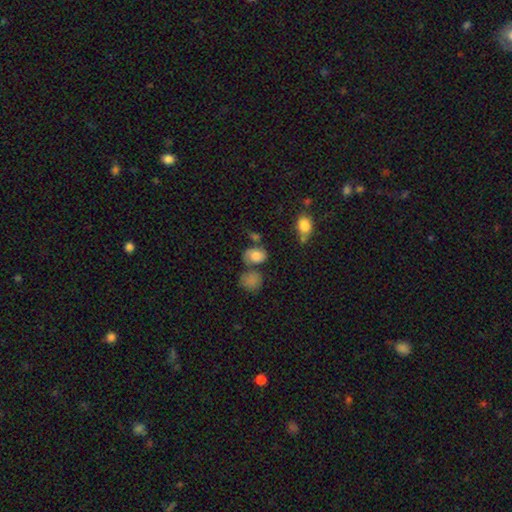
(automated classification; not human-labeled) A smooth galaxy with no disk features (73%) that is in between round and cigar-shaped (67%). Merging: none (45%).